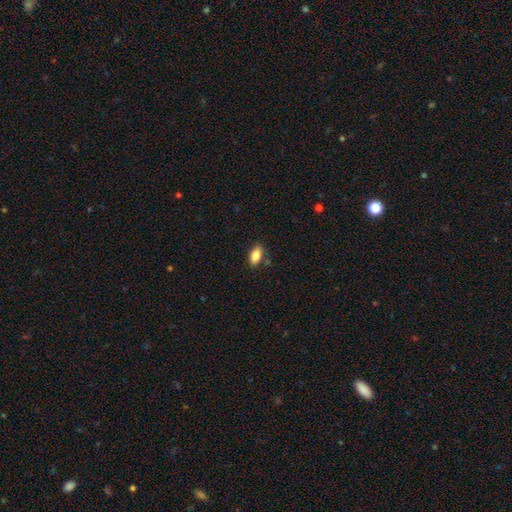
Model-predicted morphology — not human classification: smooth_or_featured: smooth (p=0.84) [alt: featured or disk p=0.08]
how_rounded: in between (p=0.90) [alt: cigar-shaped p=0.06]
merging: none (p=0.80) [alt: minor disturbance p=0.13]